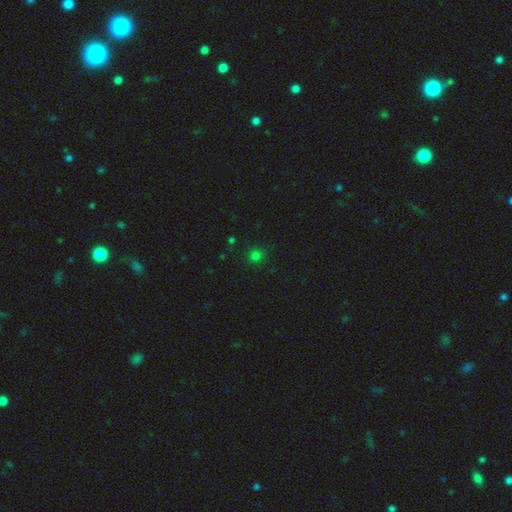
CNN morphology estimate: smooth-or-featured: smooth: 75% | star or artifact: 21% | featured or disk: 4%
  how-rounded: round: 90% | in between: 9% | cigar-shaped: 1%
  merging: none: 88% | minor disturbance: 8% | major disturbance: 3% | merger: 2%